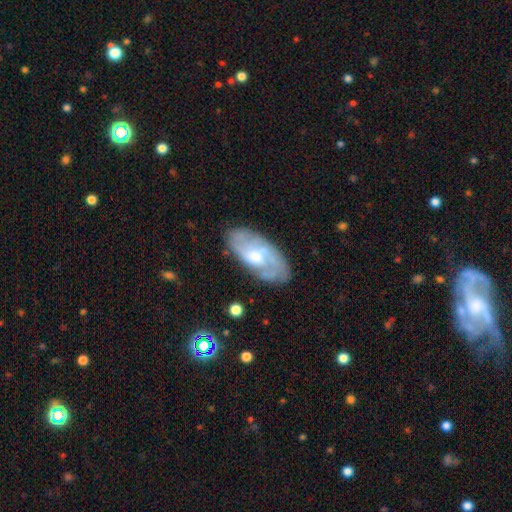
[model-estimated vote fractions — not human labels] This is likely a featured or disk galaxy (70%). It is clearly not viewed edge-on (93%). Bar: possibly no (57%). Spiral arm pattern: clearly yes (85%). Spiral arm count: marginally can't tell (37%, tied with 2). Spiral winding: marginally medium (42%). Central bulge: possibly moderate (56%). Merging: likely none (74%).